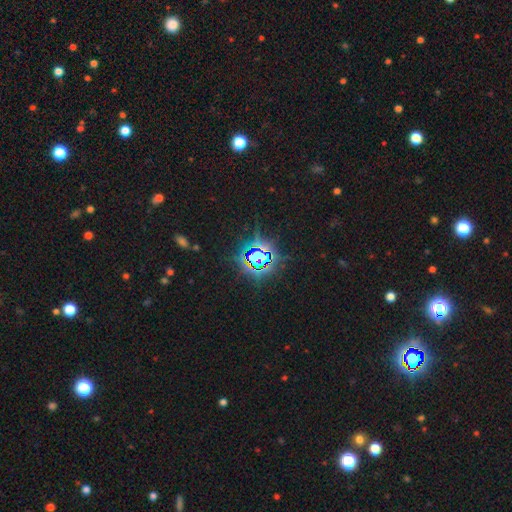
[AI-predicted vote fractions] Smooth or featured: star or artifact — 79% (smooth — 12%)